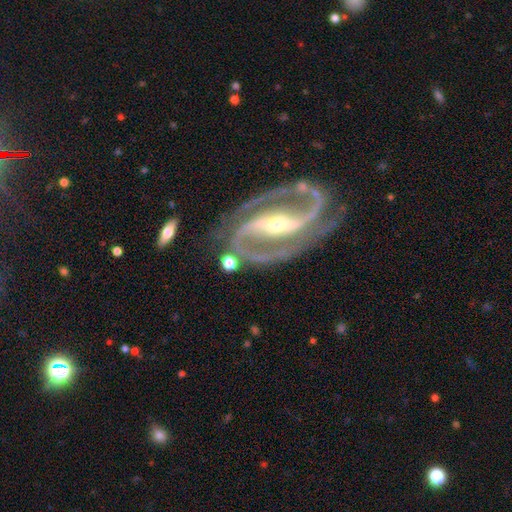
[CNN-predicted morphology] Smooth or featured? Predicted: featured or disk (p=0.94). Edge-on disk? Predicted: no (p=0.97). Bar? Predicted: strong (p=0.74). Spiral arms? Predicted: yes (p=0.98). Spiral winding? Predicted: medium (p=0.61). Spiral arm count? Predicted: 2 (p=0.94). Bulge size? Predicted: moderate (p=0.49). Merging? Predicted: none (p=0.77).